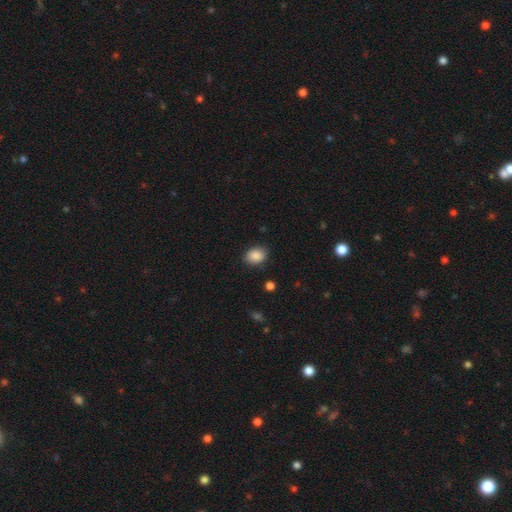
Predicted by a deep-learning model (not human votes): Q: Smooth or featured?
A: smooth (87%); runner-up: star or artifact (8%)
Q: How rounded?
A: in between (62%); runner-up: round (37%)
Q: Merging?
A: none (85%); runner-up: minor disturbance (11%)